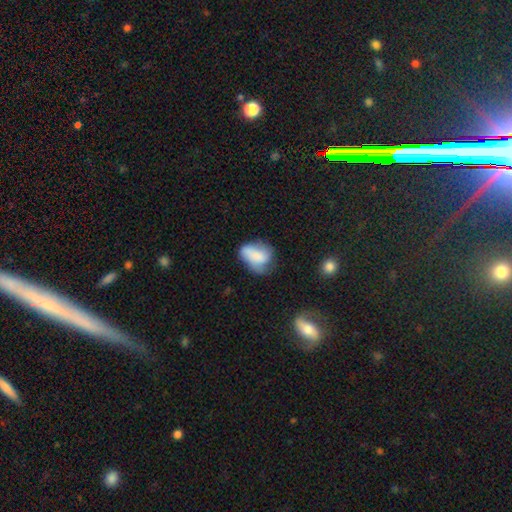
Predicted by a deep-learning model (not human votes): Morphology: type=smooth (71%); roundness=in between (78%); merging=minor disturbance (35%, tied with none).